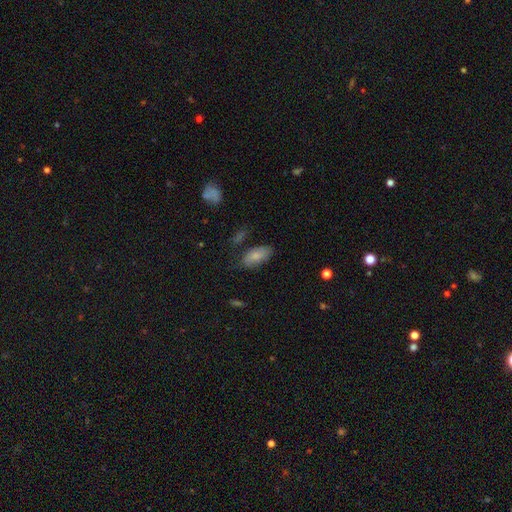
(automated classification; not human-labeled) smooth_or_featured: smooth (p=0.78) [alt: featured or disk p=0.15]
how_rounded: in between (p=0.92) [alt: cigar-shaped p=0.05]
merging: none (p=0.67) [alt: minor disturbance p=0.23]